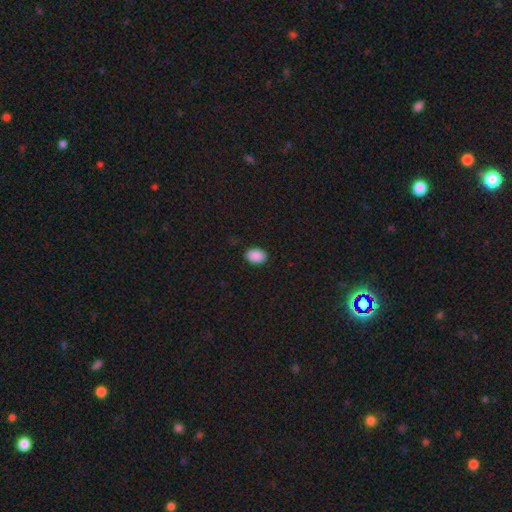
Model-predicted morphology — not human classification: smooth-or-featured: smooth: 90% | star or artifact: 8% | featured or disk: 2%
  how-rounded: in between: 80% | round: 19% | cigar-shaped: 1%
  merging: none: 90% | minor disturbance: 8% | major disturbance: 2% | merger: 1%